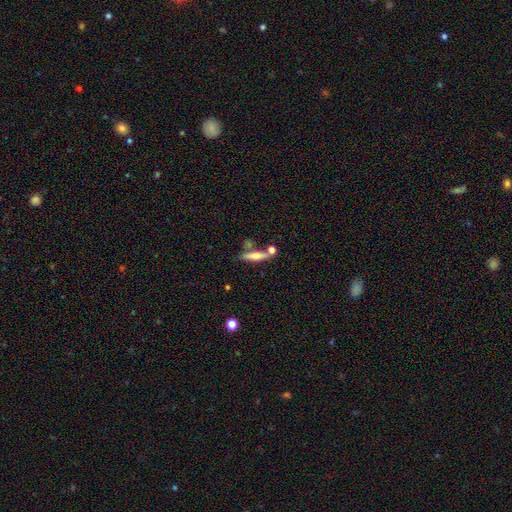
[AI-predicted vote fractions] Smooth or featured? smooth (54%)
How rounded? cigar-shaped (81%)
Merging? none (60%)